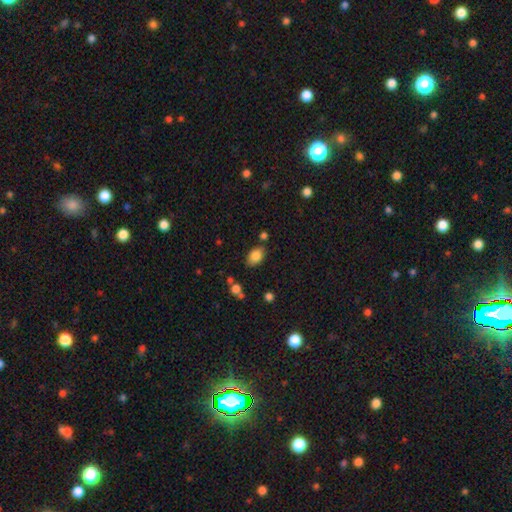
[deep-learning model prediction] This appears to be a smooth galaxy with no disk features (84%) that is in between round and cigar-shaped (84%). Merging: none (74%).